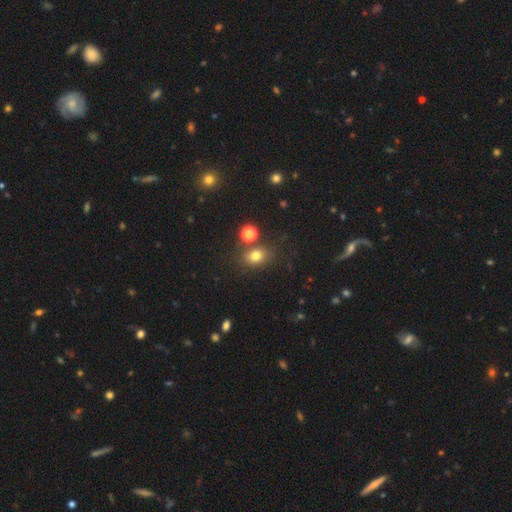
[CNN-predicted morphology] This appears to be a smooth galaxy with no disk features (75%) that is round (53%). Merging: none (72%).